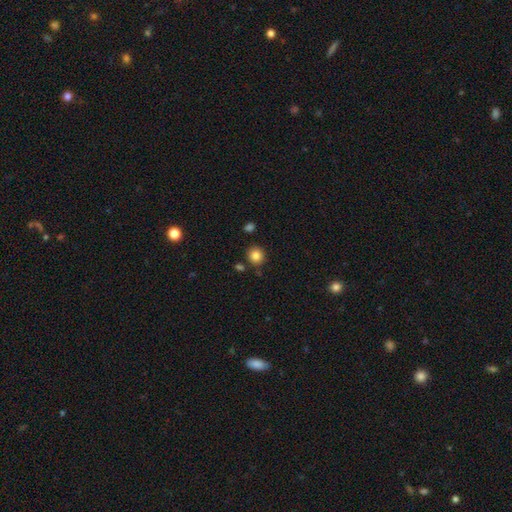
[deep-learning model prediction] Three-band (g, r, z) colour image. It shows a smooth galaxy with no disk features (84%) that is round (89%). Merging: none (84%).